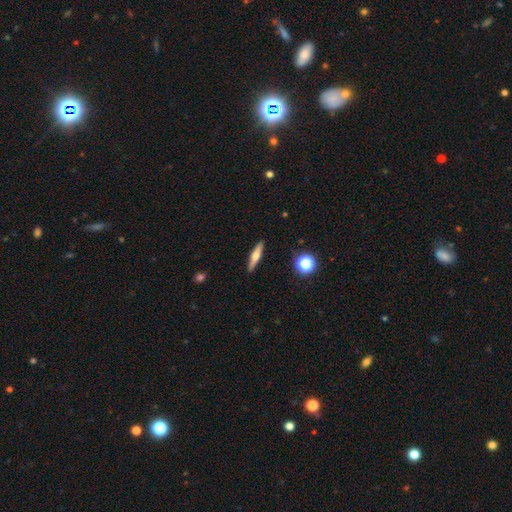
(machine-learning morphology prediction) Smooth or featured?
  - featured or disk: 47% *
  - smooth: 46%
  - star or artifact: 8%
Merging?
  - none: 90% *
  - minor disturbance: 7%
  - major disturbance: 2%
  - merger: 1%